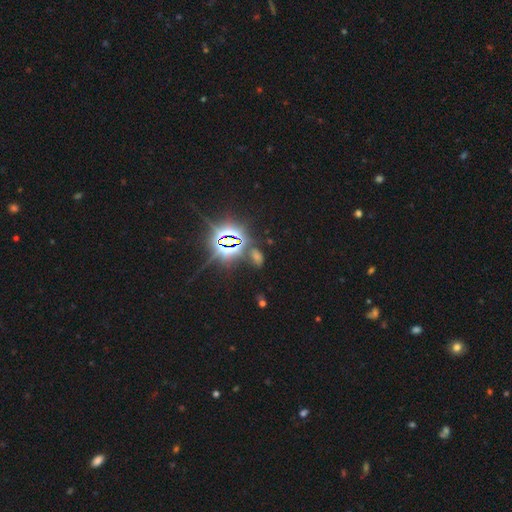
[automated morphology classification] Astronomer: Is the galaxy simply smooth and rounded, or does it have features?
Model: star or artifact — 75%.